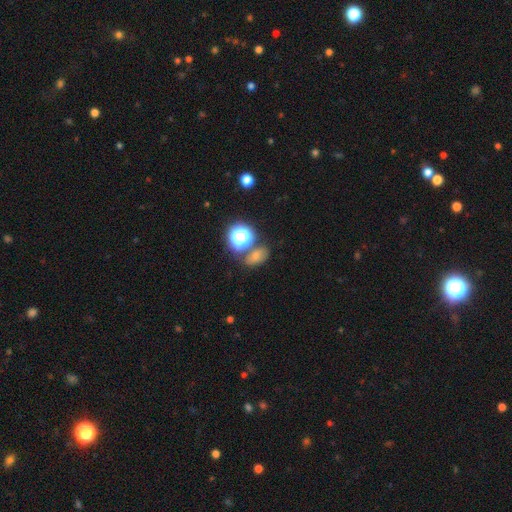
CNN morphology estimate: smooth-or-featured: smooth: 61% | star or artifact: 25% | featured or disk: 14%
  how-rounded: in between: 66% | round: 32% | cigar-shaped: 2%
  merging: none: 61% | merger: 16% | minor disturbance: 16% | major disturbance: 7%